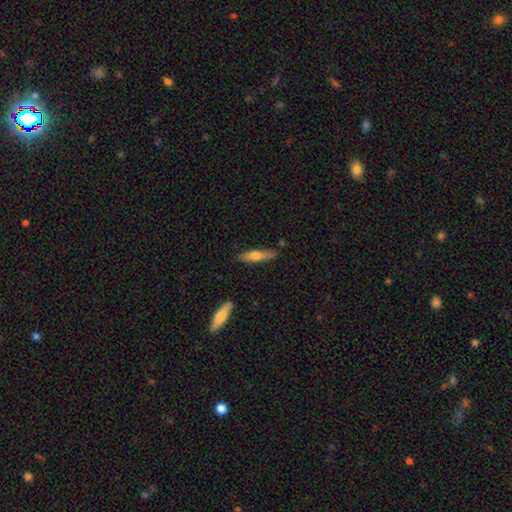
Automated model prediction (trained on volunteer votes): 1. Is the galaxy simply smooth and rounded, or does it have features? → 54% smooth, 41% featured or disk, 6% star or artifact.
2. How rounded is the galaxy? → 77% cigar-shaped, 21% in between, 2% round.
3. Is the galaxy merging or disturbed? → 83% none, 12% minor disturbance, 2% merger, 2% major disturbance.